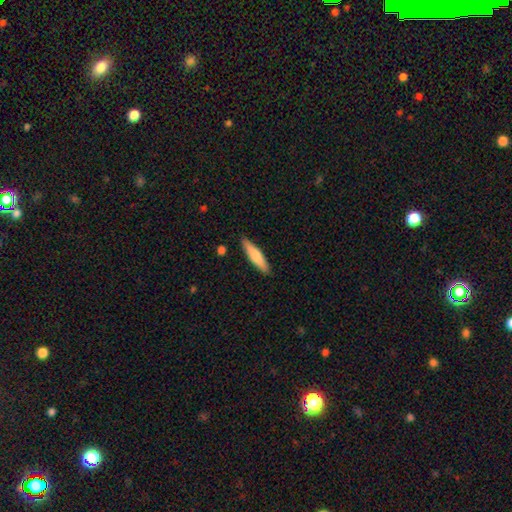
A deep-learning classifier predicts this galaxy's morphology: Overall: smooth (72%). How rounded: cigar-shaped (80%). Merging: none (88%).